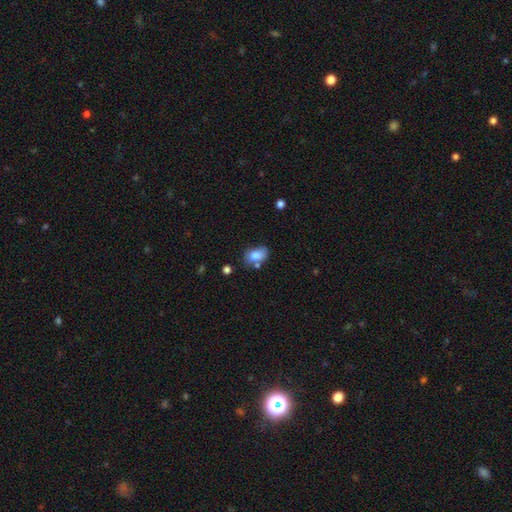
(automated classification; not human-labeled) smooth-or-featured: smooth: 81% | featured or disk: 10% | star or artifact: 9%
  how-rounded: in between: 84% | round: 15% | cigar-shaped: 1%
  merging: none: 54% | minor disturbance: 24% | merger: 16% | major disturbance: 7%